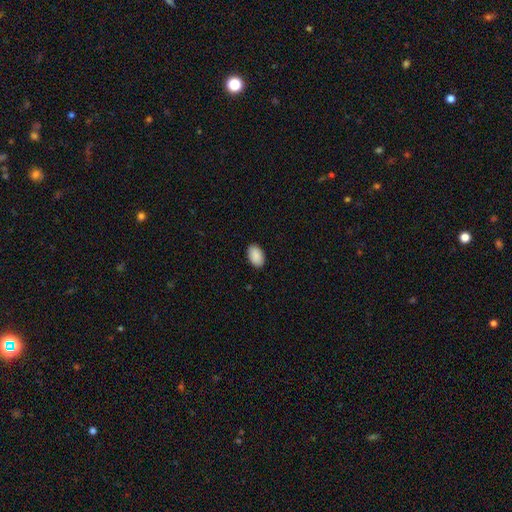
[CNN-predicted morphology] Overall: smooth (91%). How rounded: in between (93%). Merging: none (90%).